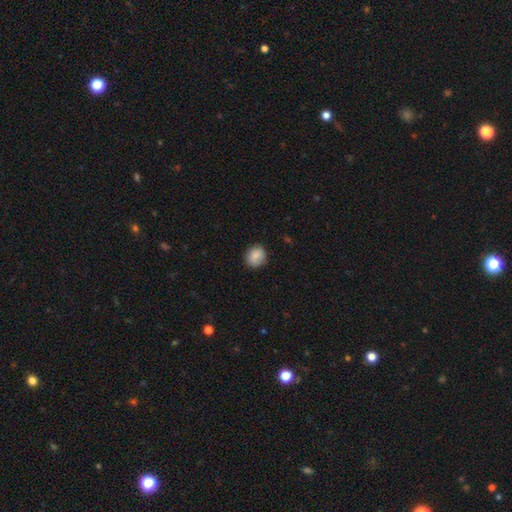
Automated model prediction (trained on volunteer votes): Overall: smooth (84%). How rounded: round (78%). Merging: none (80%).